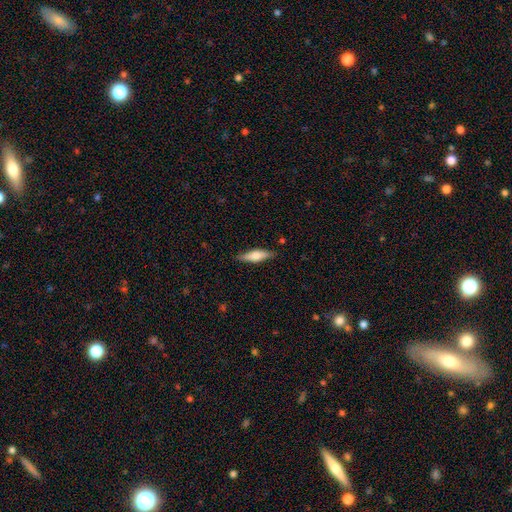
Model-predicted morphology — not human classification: This appears to be a smooth galaxy with no disk features (63%) that is cigar-shaped (58%). Merging: none (83%).